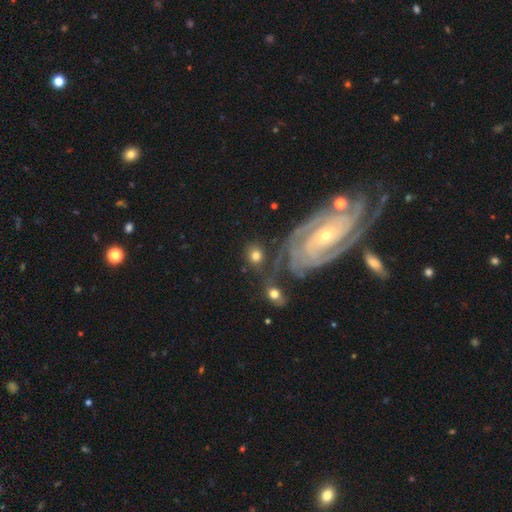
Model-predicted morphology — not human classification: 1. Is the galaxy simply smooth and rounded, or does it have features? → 73% smooth, 19% featured or disk, 8% star or artifact.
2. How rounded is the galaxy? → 74% round, 24% in between, 2% cigar-shaped.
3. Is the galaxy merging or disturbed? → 68% none, 13% minor disturbance, 11% merger, 8% major disturbance.